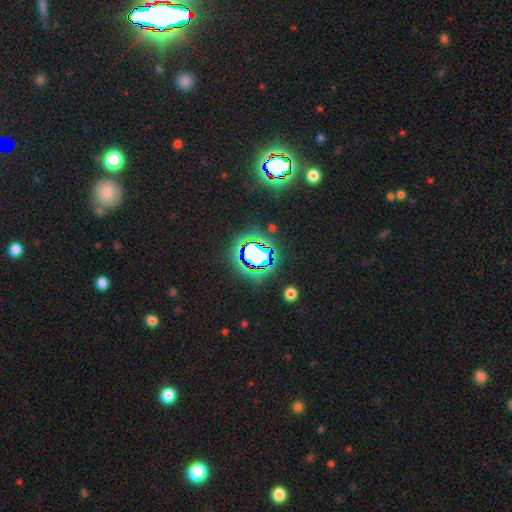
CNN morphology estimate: Smooth or featured: star or artifact — 69% (smooth — 19%)